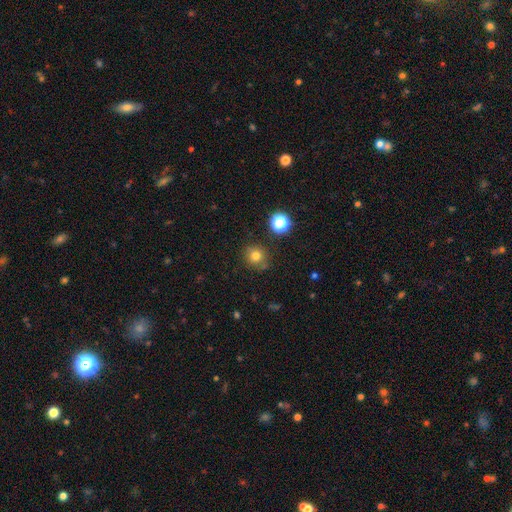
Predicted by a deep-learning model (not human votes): Overall: smooth (77%). How rounded: round (89%). Merging: none (81%).